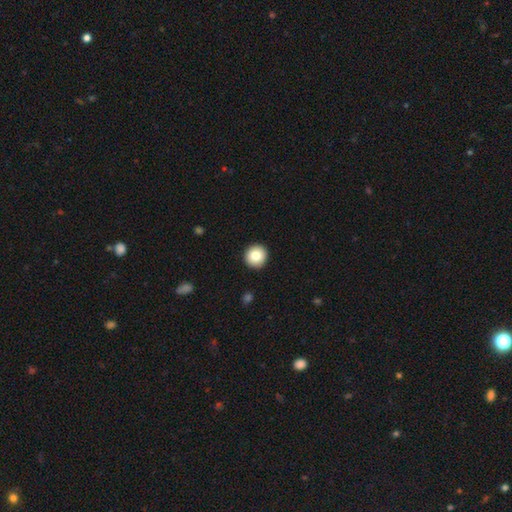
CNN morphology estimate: smooth_or_featured: smooth (p=0.81) [alt: featured or disk p=0.11]
how_rounded: round (p=0.95) [alt: in between p=0.04]
merging: none (p=0.93) [alt: minor disturbance p=0.05]